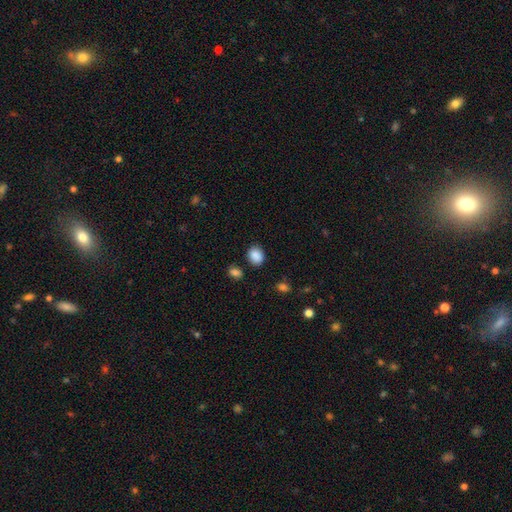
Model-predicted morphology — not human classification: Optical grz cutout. It shows a smooth galaxy with no disk features (88%) that is in between round and cigar-shaped (51%). Merging: none (81%).